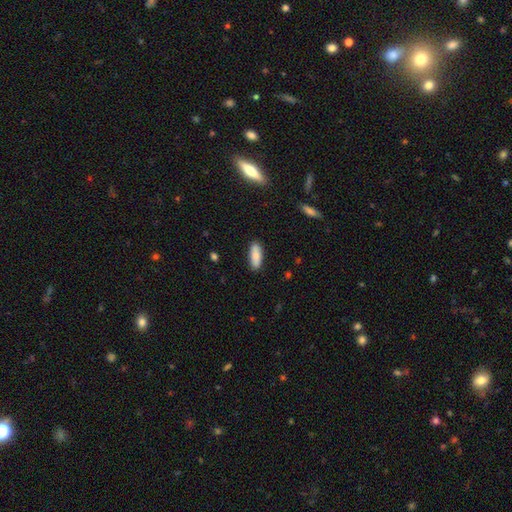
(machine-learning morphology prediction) Smooth or featured: smooth — 78% (featured or disk — 16%)
How rounded: in between — 72% (cigar-shaped — 26%)
Merging: none — 87% (minor disturbance — 10%)